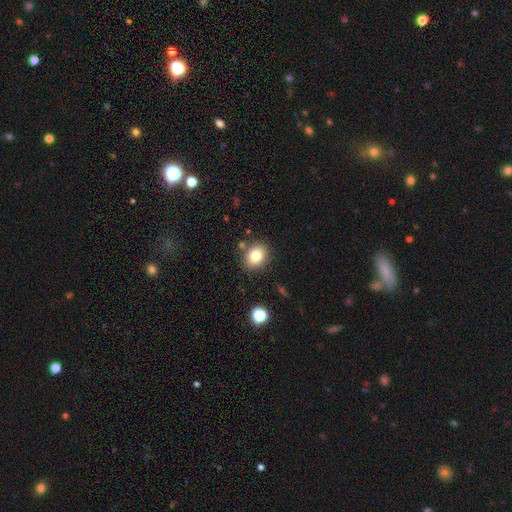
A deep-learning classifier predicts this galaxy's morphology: smooth 79%, star or artifact 11%, featured or disk 9%. Down the decision tree: how rounded — round (55%); merging — none (83%).